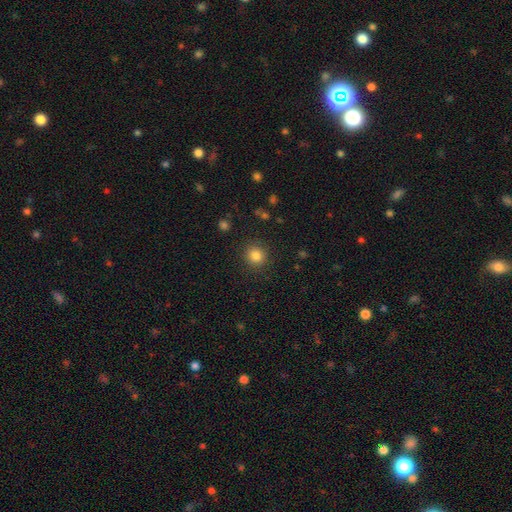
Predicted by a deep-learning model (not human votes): This appears to be a smooth galaxy with no disk features (83%) that is round (91%). Merging: none (90%).